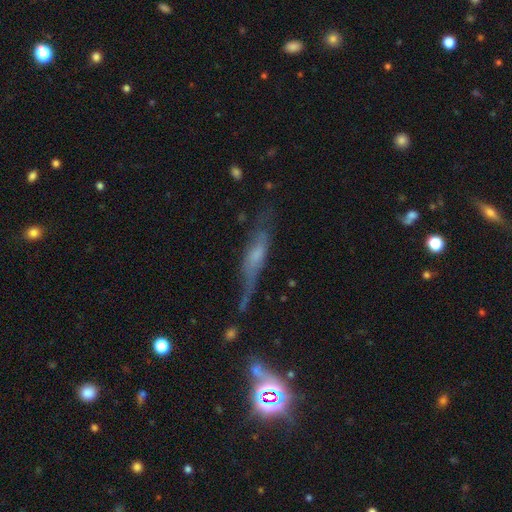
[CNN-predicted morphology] smooth-or-featured: featured or disk: 51% | smooth: 38% | star or artifact: 10%
  disk-edge-on: yes: 68% | no: 32%
  merging: none: 48% | minor disturbance: 27% | major disturbance: 19% | merger: 6%